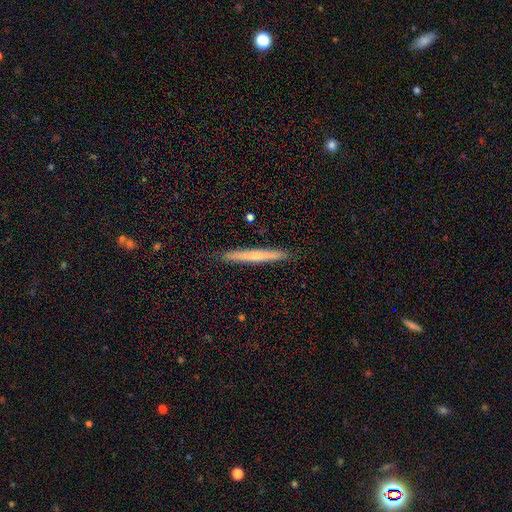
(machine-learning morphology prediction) Smooth or featured: smooth — 54% (featured or disk — 40%)
How rounded: cigar-shaped — 97% (in between — 2%)
Merging: none — 91% (minor disturbance — 6%)